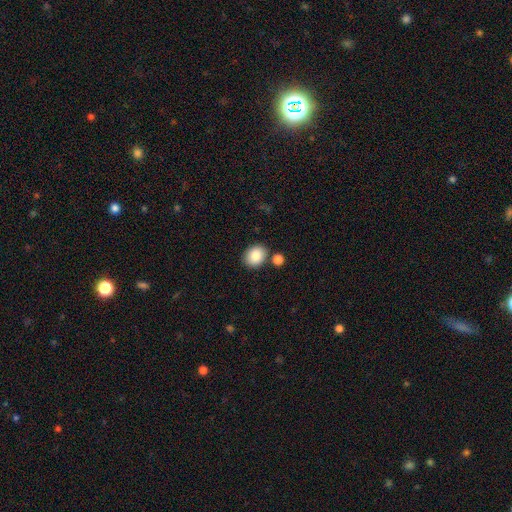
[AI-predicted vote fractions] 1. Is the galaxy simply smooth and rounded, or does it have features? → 85% smooth, 8% star or artifact, 7% featured or disk.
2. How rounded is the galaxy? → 51% in between, 48% round, 1% cigar-shaped.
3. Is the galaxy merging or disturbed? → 79% none, 10% minor disturbance, 8% merger, 3% major disturbance.